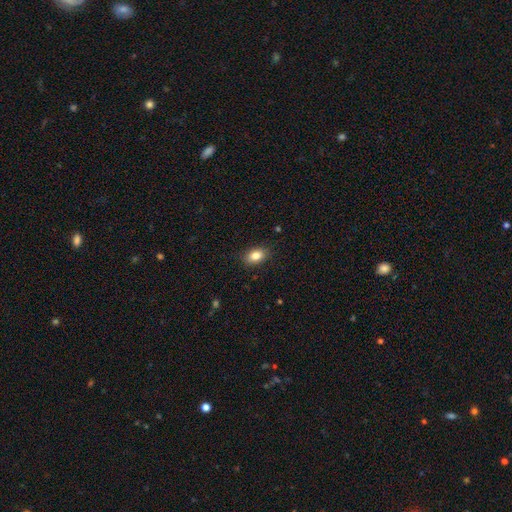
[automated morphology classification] Overall: smooth (85%). How rounded: in between (82%). Merging: none (87%).